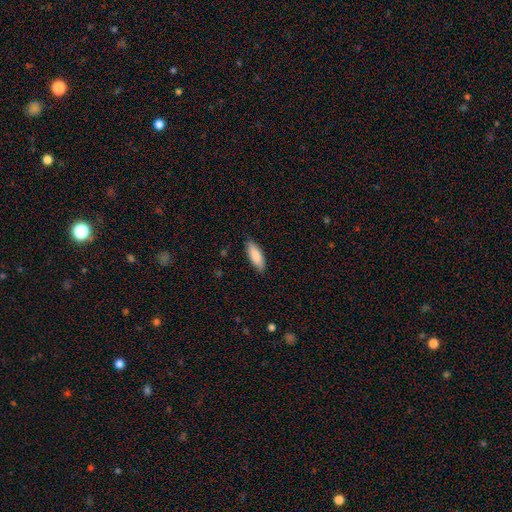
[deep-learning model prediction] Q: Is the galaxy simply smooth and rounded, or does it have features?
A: smooth — 87%.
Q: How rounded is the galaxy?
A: in between — 67%.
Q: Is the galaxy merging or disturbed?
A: none — 85%.